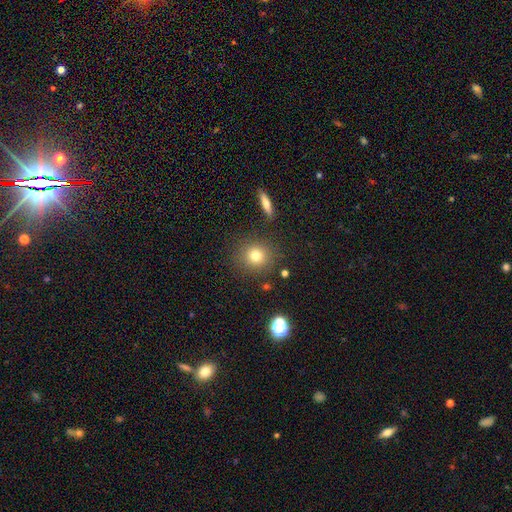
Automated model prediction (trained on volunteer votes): smooth 77%, star or artifact 14%, featured or disk 9%. Down the decision tree: how rounded — round (88%); merging — none (87%).